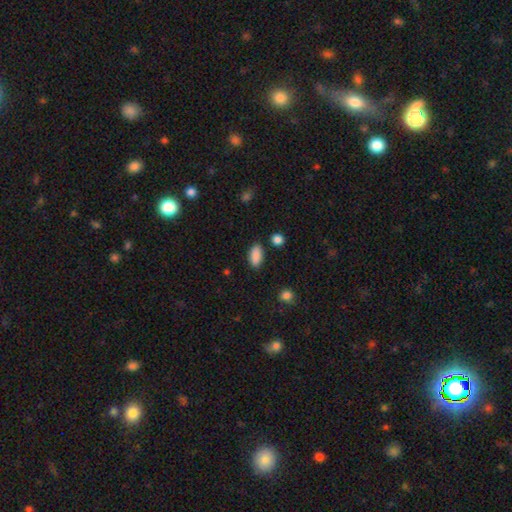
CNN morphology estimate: Smooth or featured? Predicted: smooth (p=0.89). How rounded? Predicted: in between (p=0.90). Merging? Predicted: none (p=0.85).